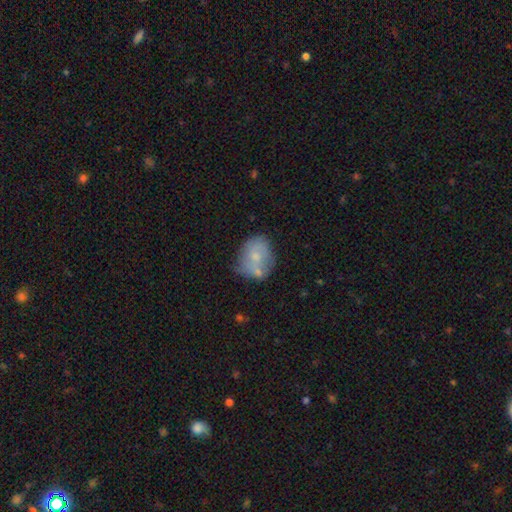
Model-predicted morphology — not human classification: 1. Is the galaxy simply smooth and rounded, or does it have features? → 61% smooth, 31% featured or disk, 8% star or artifact.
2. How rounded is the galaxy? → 53% round, 46% in between, 1% cigar-shaped.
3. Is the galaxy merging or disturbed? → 41% none, 26% minor disturbance, 24% merger, 9% major disturbance.